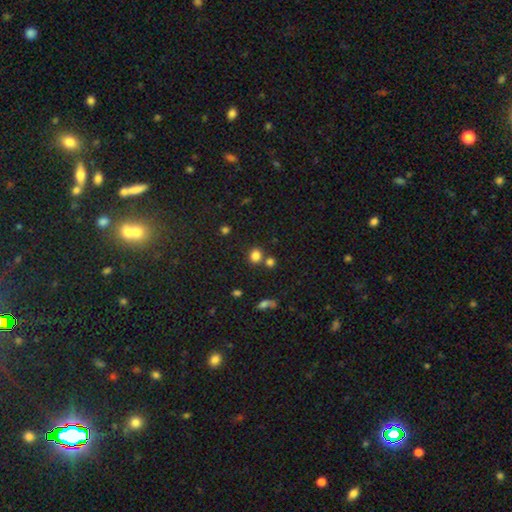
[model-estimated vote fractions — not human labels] Smooth or featured?
  - smooth: 80% *
  - star or artifact: 14%
  - featured or disk: 6%
How rounded?
  - round: 74% *
  - in between: 25%
  - cigar-shaped: 1%
Merging?
  - none: 67% *
  - merger: 19%
  - minor disturbance: 10%
  - major disturbance: 4%